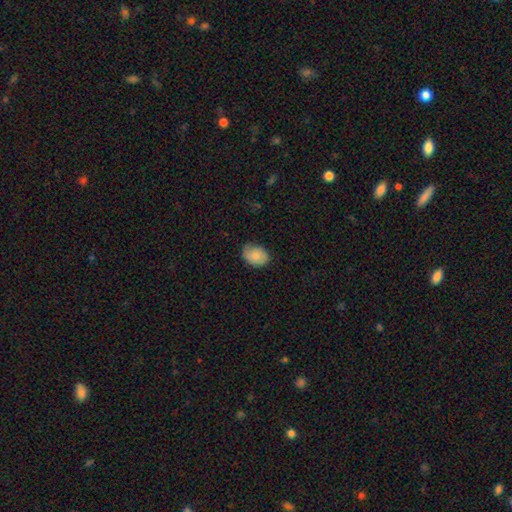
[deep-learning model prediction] Q: Smooth or featured?
A: smooth (78%); runner-up: featured or disk (15%)
Q: How rounded?
A: in between (74%); runner-up: round (25%)
Q: Merging?
A: none (68%); runner-up: minor disturbance (26%)